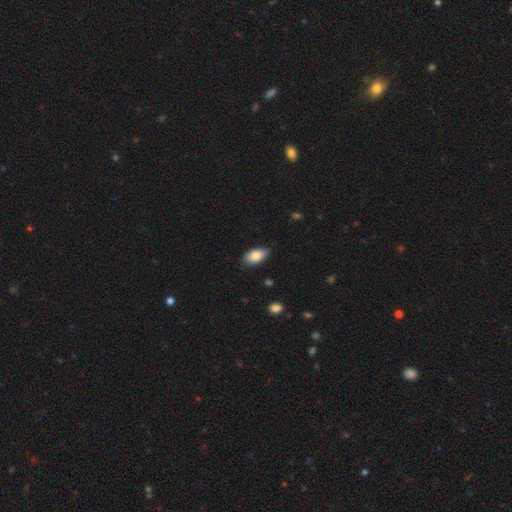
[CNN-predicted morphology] Overall: smooth (84%). How rounded: in between (93%). Merging: none (82%).